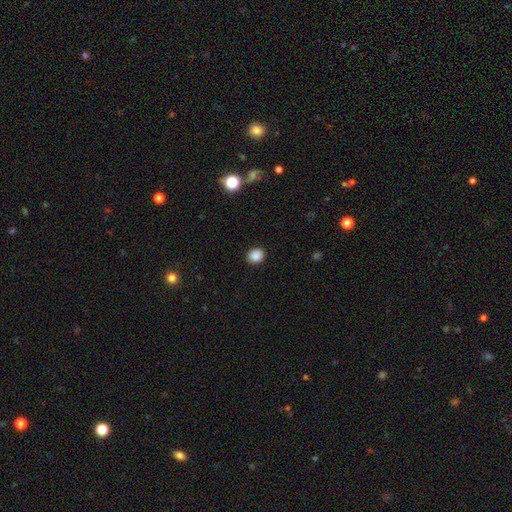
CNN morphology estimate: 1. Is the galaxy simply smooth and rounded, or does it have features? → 86% smooth, 10% star or artifact, 3% featured or disk.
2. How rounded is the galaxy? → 77% round, 22% in between, 1% cigar-shaped.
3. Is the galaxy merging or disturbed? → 91% none, 6% minor disturbance, 2% major disturbance, 1% merger.